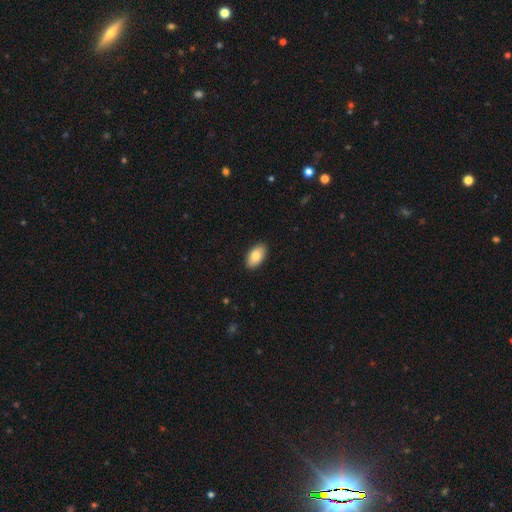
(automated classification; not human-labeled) This is clearly a smooth galaxy (80%). How rounded: clearly in between (95%). Merging: clearly none (90%).